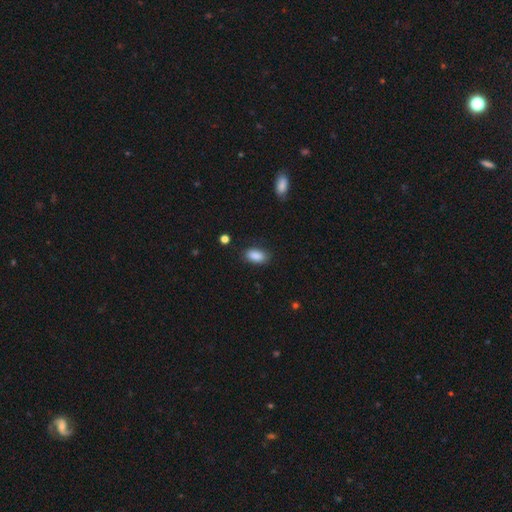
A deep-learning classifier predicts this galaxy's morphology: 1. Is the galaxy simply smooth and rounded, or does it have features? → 89% smooth, 8% star or artifact, 4% featured or disk.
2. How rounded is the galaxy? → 92% in between, 5% round, 4% cigar-shaped.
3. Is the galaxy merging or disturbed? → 83% none, 12% minor disturbance, 3% major disturbance, 1% merger.